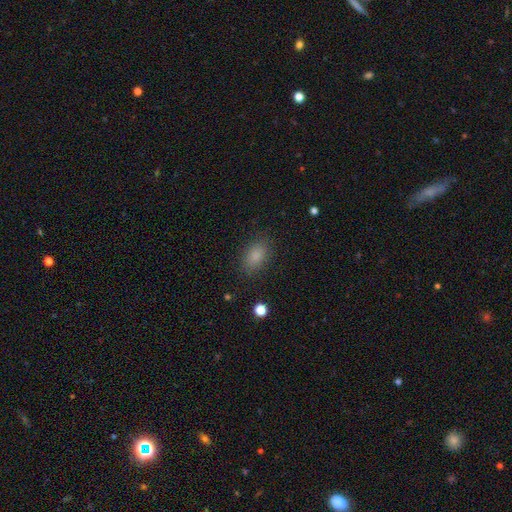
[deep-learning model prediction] This appears to be a smooth galaxy with no disk features (84%) that is in between round and cigar-shaped (85%). Merging: none (85%).